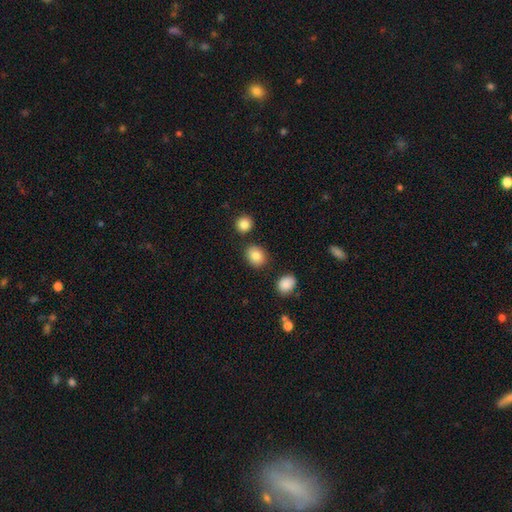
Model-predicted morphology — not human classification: This appears to be a smooth galaxy with no disk features (84%) that is round (65%). Merging: none (85%).